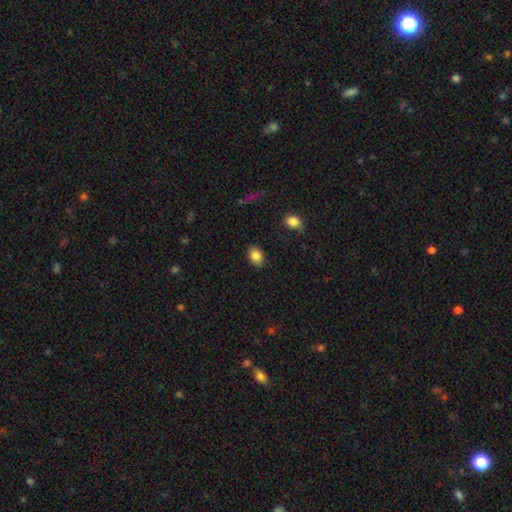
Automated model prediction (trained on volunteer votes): This is clearly a smooth galaxy (85%). How rounded: likely in between (62%). Merging: clearly none (85%).